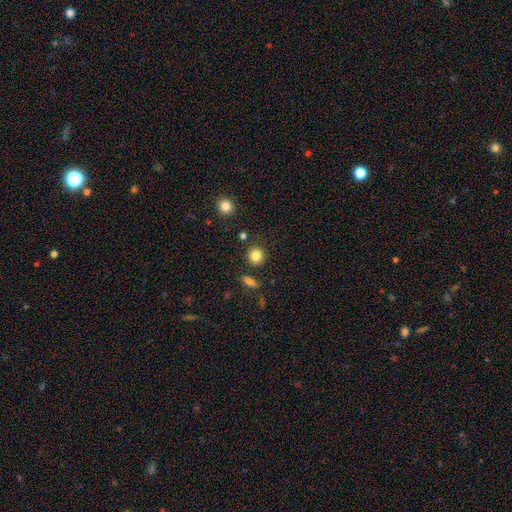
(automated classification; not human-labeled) This is clearly a smooth galaxy (83%). How rounded: clearly round (92%). Merging: clearly none (87%).